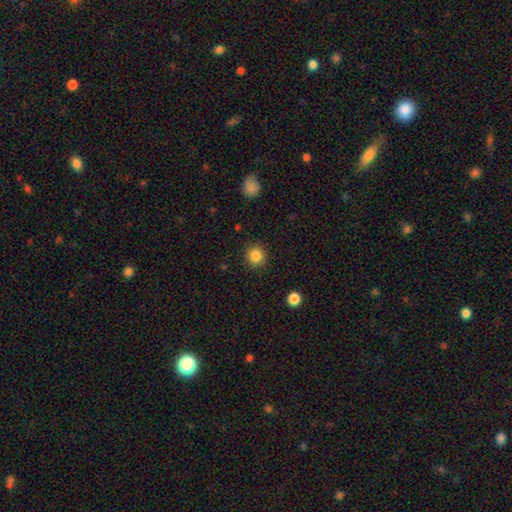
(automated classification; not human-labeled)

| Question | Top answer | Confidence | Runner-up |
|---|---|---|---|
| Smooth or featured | smooth | 85% | star or artifact (10%) |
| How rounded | round | 89% | in between (10%) |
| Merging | none | 90% | minor disturbance (7%) |